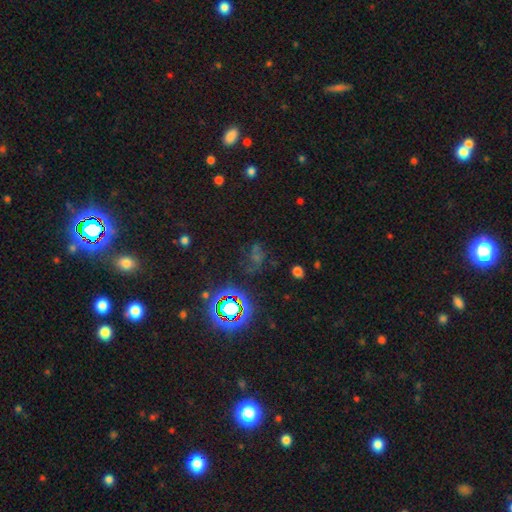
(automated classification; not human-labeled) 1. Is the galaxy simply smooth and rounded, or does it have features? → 62% star or artifact, 22% smooth, 16% featured or disk.